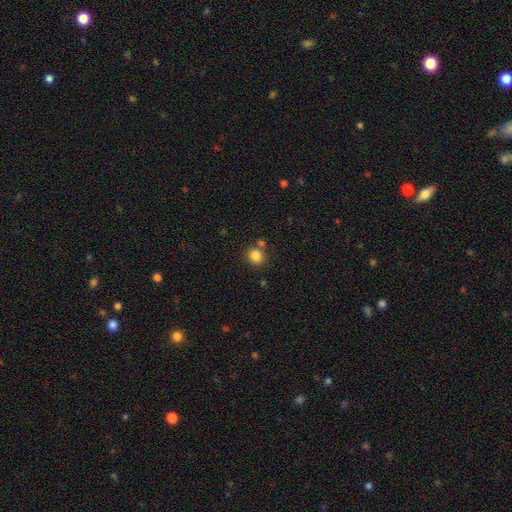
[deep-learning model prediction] This appears to be a smooth galaxy with no disk features (84%) that is round (80%). Merging: none (73%).